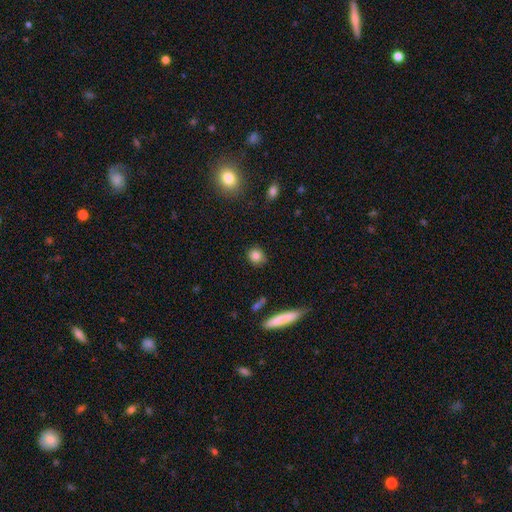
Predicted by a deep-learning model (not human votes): A smooth galaxy with no disk features (84%) that is round (79%). Merging: none (86%).